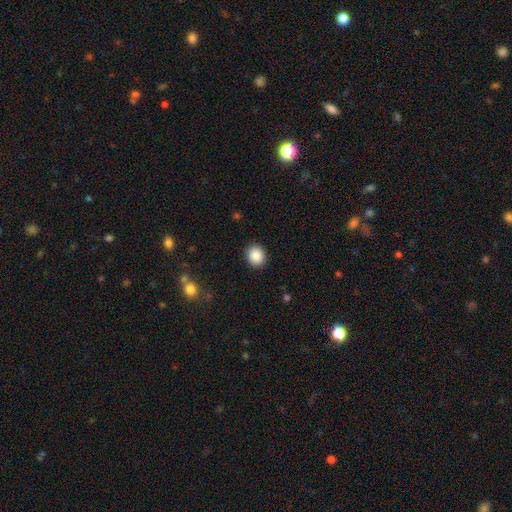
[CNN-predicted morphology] A smooth galaxy with no disk features (88%) that is round (76%). Merging: none (91%).